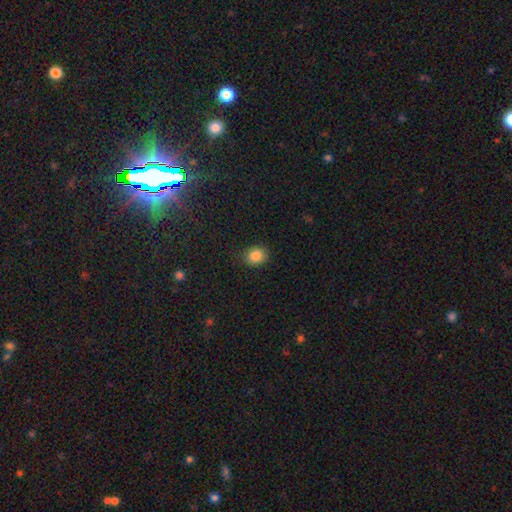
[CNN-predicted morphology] A smooth galaxy with no disk features (85%) that is round (66%).

Vote fractions:
- Smooth or featured? smooth: 85% / star or artifact: 10% / featured or disk: 5%
- How rounded? round: 66% / in between: 33% / cigar-shaped: 1%
- Merging? none: 86% / minor disturbance: 11% / major disturbance: 2% / merger: 1%